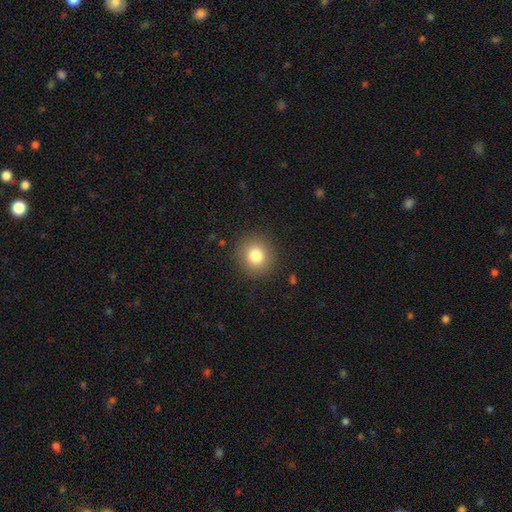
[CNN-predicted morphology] Smooth or featured? smooth (81%)
How rounded? round (90%)
Merging? none (89%)